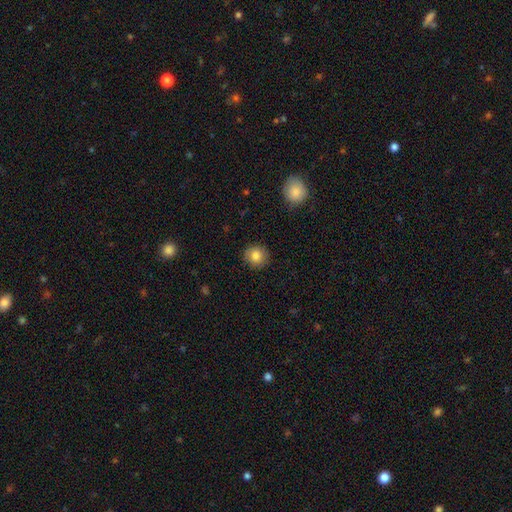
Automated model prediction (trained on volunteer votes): Smooth or featured? Predicted: smooth (p=0.83). How rounded? Predicted: round (p=0.92). Merging? Predicted: none (p=0.90).